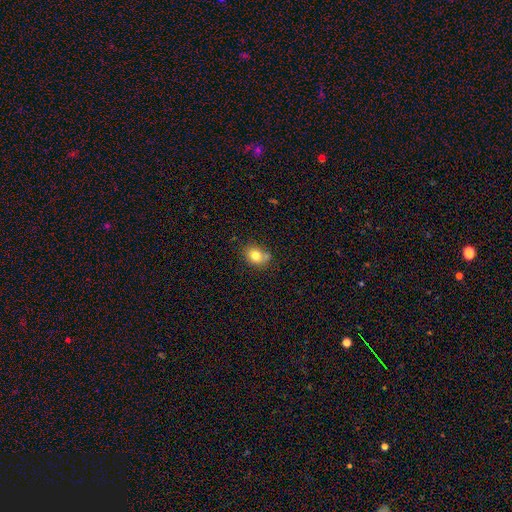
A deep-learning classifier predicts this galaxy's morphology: The model was most divided on "how rounded": round: 52%, in between: 47%, cigar-shaped: 1%. More confident: smooth or featured — smooth (79%); merging — none (64%).